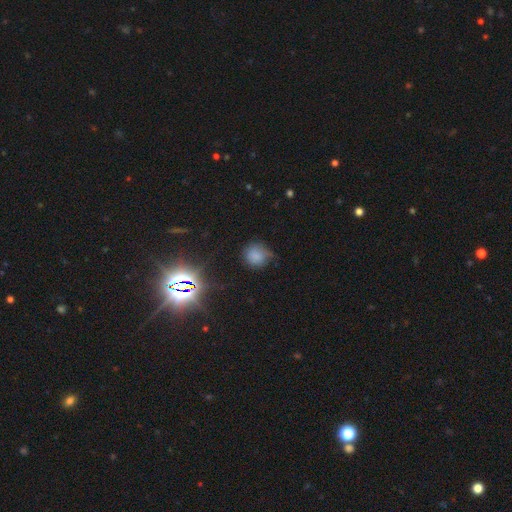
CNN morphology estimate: Q: Smooth or featured?
A: smooth (74%); runner-up: star or artifact (17%)
Q: How rounded?
A: round (85%); runner-up: in between (13%)
Q: Merging?
A: none (59%); runner-up: minor disturbance (29%)